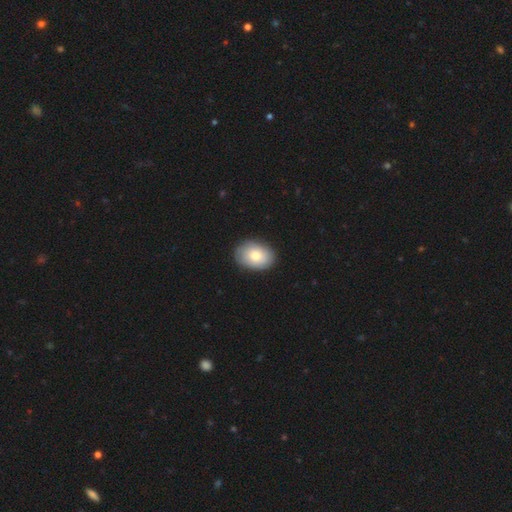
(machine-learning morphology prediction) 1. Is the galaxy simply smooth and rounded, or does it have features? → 74% smooth, 20% featured or disk, 6% star or artifact.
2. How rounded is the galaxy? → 77% in between, 22% round, 1% cigar-shaped.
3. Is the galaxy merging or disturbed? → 86% none, 11% minor disturbance, 2% major disturbance, 1% merger.